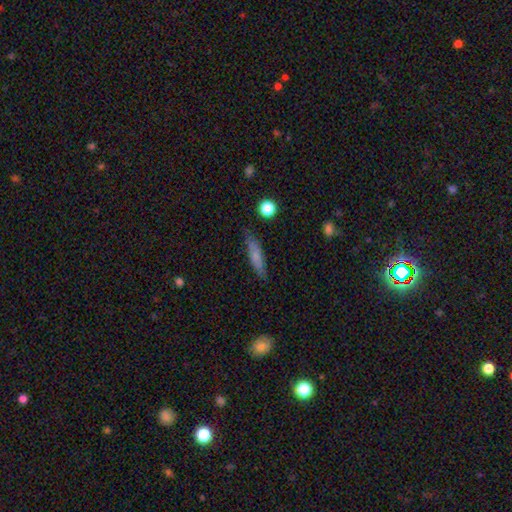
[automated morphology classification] A smooth galaxy with no disk features (71%) that is cigar-shaped (80%).

Vote fractions:
- Smooth or featured? smooth: 71% / featured or disk: 21% / star or artifact: 8%
- How rounded? cigar-shaped: 80% / in between: 18% / round: 2%
- Merging? none: 82% / minor disturbance: 13% / major disturbance: 3% / merger: 2%